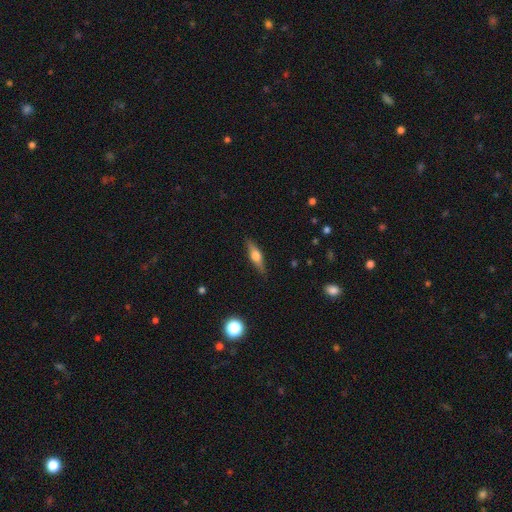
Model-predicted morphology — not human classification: A featured or disk galaxy (52%) viewed edge-on (93%). Merging: none (86%).